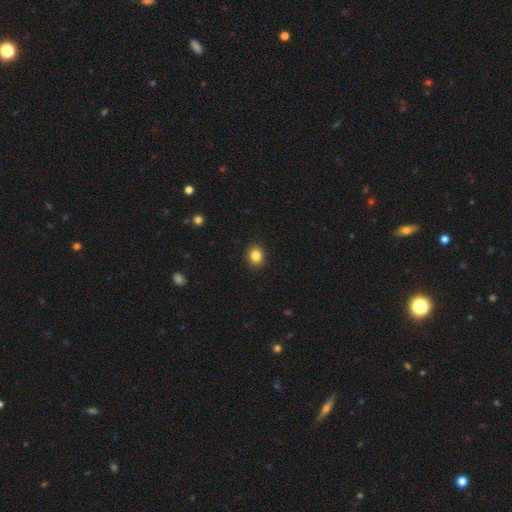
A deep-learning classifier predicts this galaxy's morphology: type=smooth (85%); roundness=round (58%); merging=none (91%).